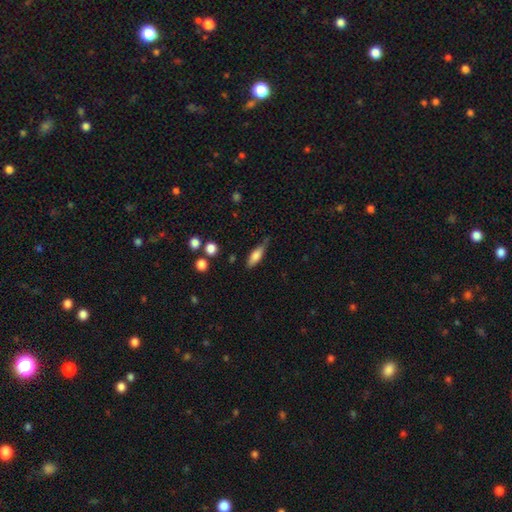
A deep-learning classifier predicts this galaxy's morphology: Q: Smooth or featured?
A: smooth (70%); runner-up: featured or disk (22%)
Q: How rounded?
A: in between (53%); runner-up: cigar-shaped (44%)
Q: Merging?
A: none (58%); runner-up: minor disturbance (31%)